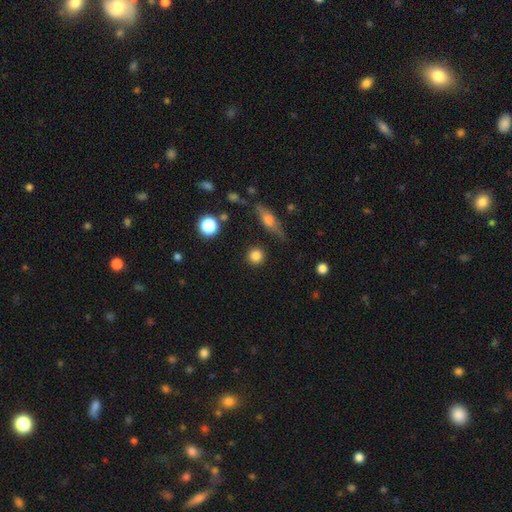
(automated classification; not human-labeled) This appears to be a smooth galaxy with no disk features (83%) that is round (92%). Merging: none (89%).